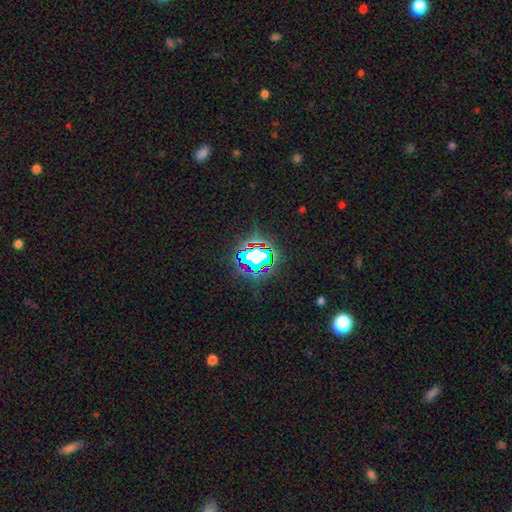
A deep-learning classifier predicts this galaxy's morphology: This is likely a star or artifact rather than a galaxy (68%).